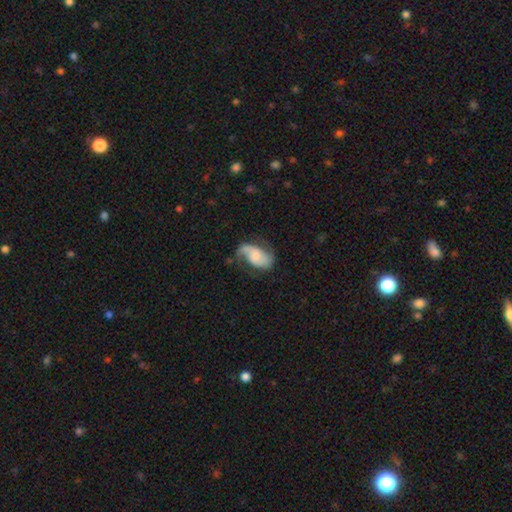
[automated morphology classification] A featured or disk galaxy (70%) with no bar (55%), 2 (77%) loose (50%) spiral arms (93%) and no central bulge (34%).

Vote fractions:
- Smooth or featured? featured or disk: 70% / smooth: 24% / star or artifact: 7%
- Edge-on disk? no: 97% / yes: 3%
- Bar? no: 55% / weak: 35% / strong: 10%
- Spiral arms? yes: 93% / no: 7%
- Spiral winding? loose: 50% / medium: 37% / tight: 13%
- Spiral arm count? 2: 77% / 1: 16% / can't tell: 4% / 3: 1% / 4: 1% / more than 4: 1%
- Bulge size? none: 34% / small: 26% / moderate: 22% / large: 15% / dominant: 4%
- Merging? none: 53% / minor disturbance: 25% / major disturbance: 19% / merger: 2%